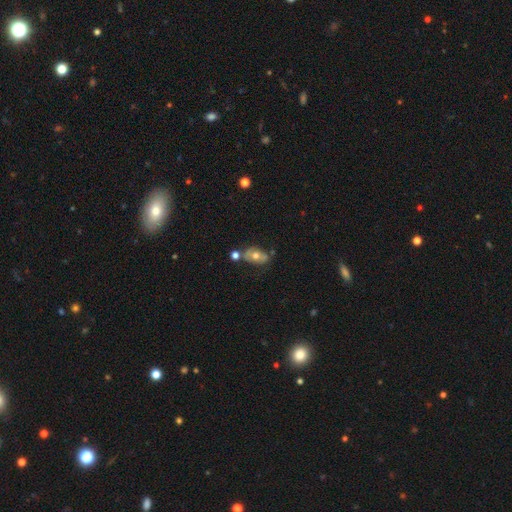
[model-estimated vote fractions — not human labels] Smooth or featured: featured or disk — 48% (smooth — 43%)
Merging: none — 53% (minor disturbance — 20%)